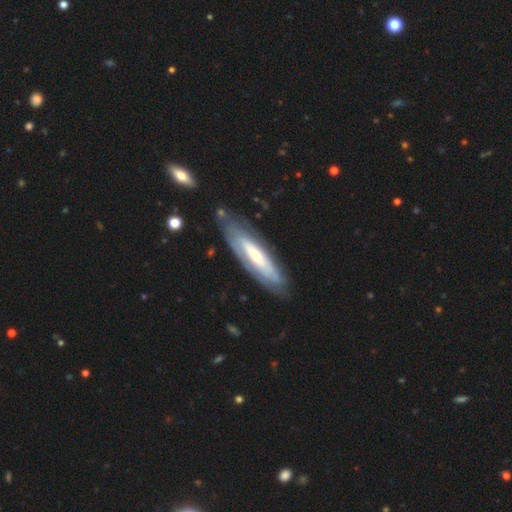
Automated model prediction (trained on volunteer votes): Smooth or featured: featured or disk — 68% (smooth — 27%)
Edge-on disk: no — 69% (yes — 31%)
Merging: none — 74% (minor disturbance — 17%)